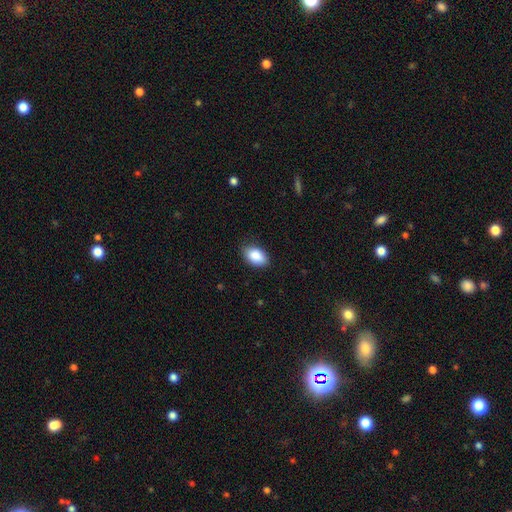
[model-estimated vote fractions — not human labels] smooth_or_featured: smooth (p=0.89) [alt: star or artifact p=0.07]
how_rounded: in between (p=0.91) [alt: round p=0.07]
merging: none (p=0.83) [alt: minor disturbance p=0.13]